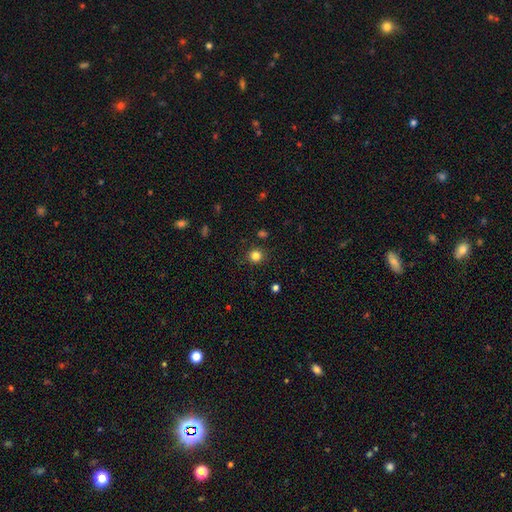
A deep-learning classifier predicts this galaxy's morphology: A smooth galaxy with no disk features (83%) that is round (92%).

Vote fractions:
- Smooth or featured? smooth: 83% / star or artifact: 13% / featured or disk: 4%
- How rounded? round: 92% / in between: 7% / cigar-shaped: 1%
- Merging? none: 89% / minor disturbance: 7% / major disturbance: 2% / merger: 2%